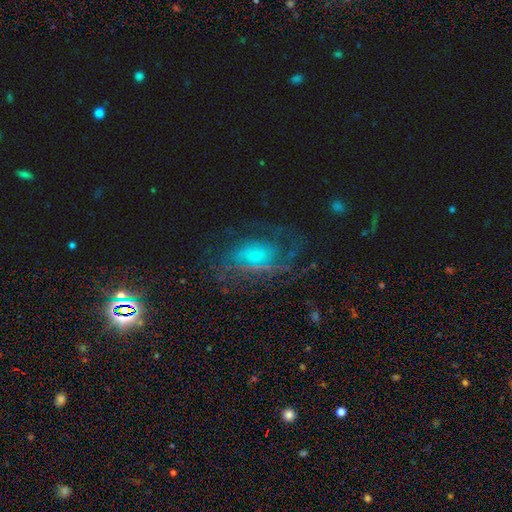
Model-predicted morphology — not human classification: Overall: featured or disk (74%). Edge-on disk: no (96%). Bar: no (58%; weak 33%). Spiral arms: yes (88%). Spiral arm count: 2 (34%; can't tell 32%). Spiral winding: medium (42%; tight 41%). Bulge size: small (45%; none 24%). Merging: none (60%).